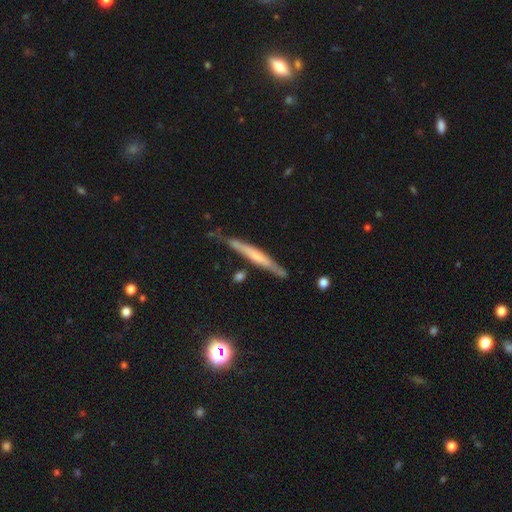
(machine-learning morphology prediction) Smooth or featured: featured or disk — 56% (smooth — 38%)
Edge-on disk: yes — 94% (no — 6%)
Edge-on bulge: none — 52% (rounded — 28%)
Merging: none — 73% (minor disturbance — 19%)